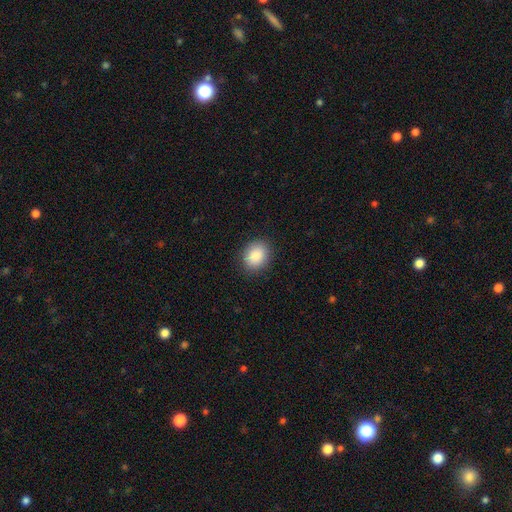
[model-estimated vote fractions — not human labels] smooth 88%, star or artifact 7%, featured or disk 4%. Down the decision tree: how rounded — in between (55%); merging — none (88%).